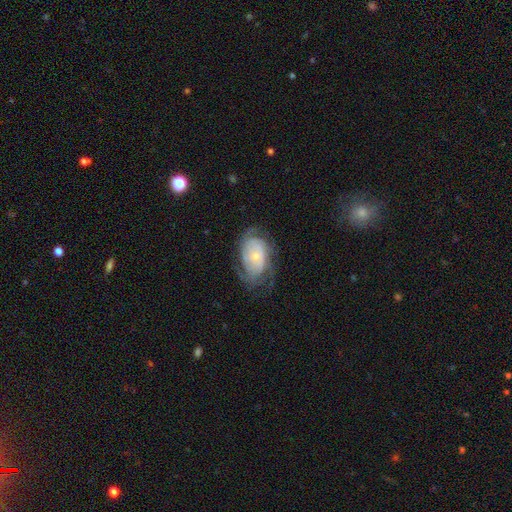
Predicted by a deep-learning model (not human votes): This appears to be a featured or disk galaxy (70%) with no bar (77%), tight (52%) spiral arms (85%) and a small central bulge (70%). Merging: none (56%).